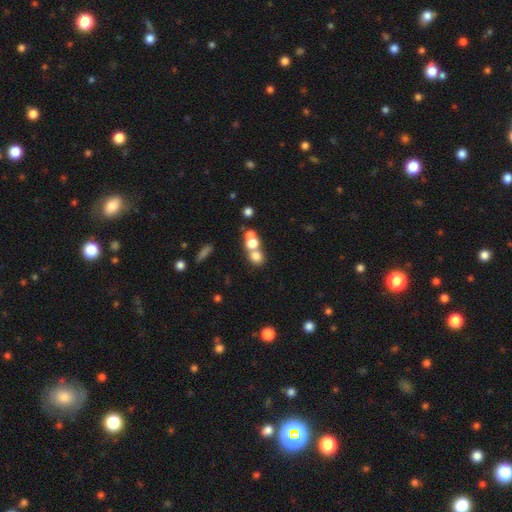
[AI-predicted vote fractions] smooth_or_featured: smooth (p=0.68) [alt: featured or disk p=0.16]
how_rounded: round (p=0.71) [alt: in between p=0.27]
merging: merger (p=0.54) [alt: none p=0.35]